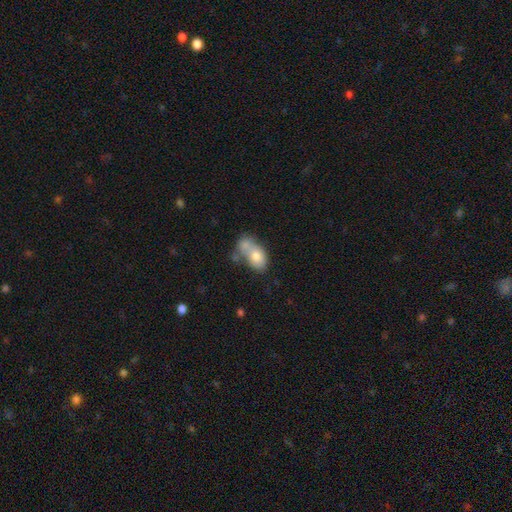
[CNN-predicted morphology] Smooth or featured? Predicted: smooth (p=0.71). How rounded? Predicted: in between (p=0.79). Merging? Predicted: merger (p=0.55).